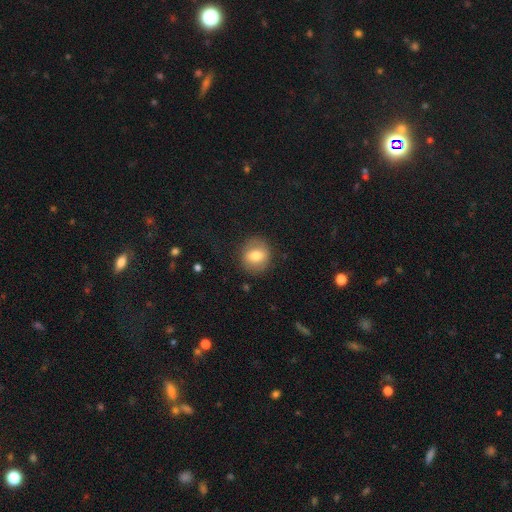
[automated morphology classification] Smooth or featured?
  - smooth: 70% *
  - featured or disk: 21%
  - star or artifact: 9%
How rounded?
  - round: 80% *
  - in between: 18%
  - cigar-shaped: 1%
Merging?
  - none: 85% *
  - minor disturbance: 10%
  - major disturbance: 4%
  - merger: 1%